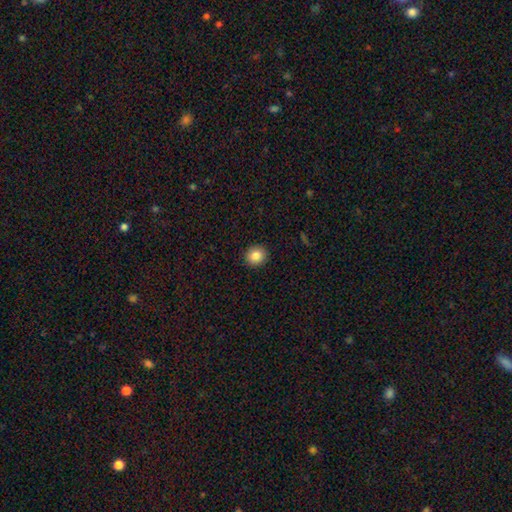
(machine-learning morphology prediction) Overall: smooth (85%). How rounded: round (85%). Merging: none (92%).